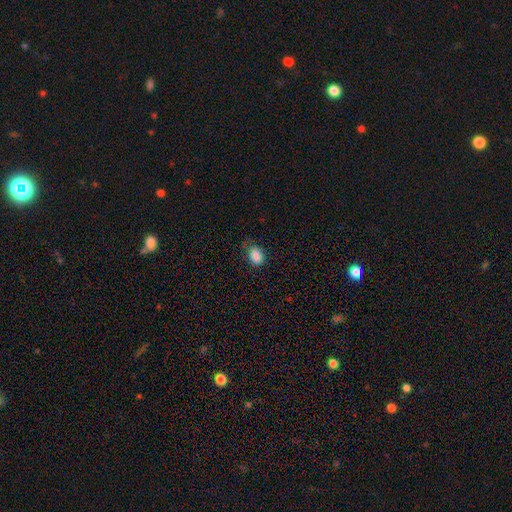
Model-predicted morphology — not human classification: Smooth or featured: smooth — 87% (star or artifact — 9%)
How rounded: in between — 84% (round — 15%)
Merging: none — 66% (minor disturbance — 25%)